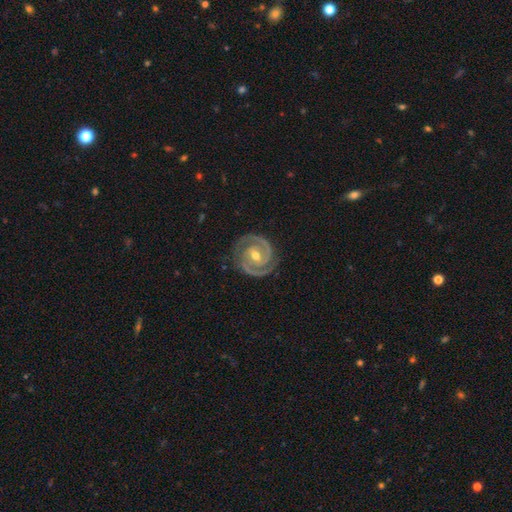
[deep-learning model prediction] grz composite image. It shows a featured or disk galaxy (93%) with a weak bar (44%), 2 (92%) tight (70%) spiral arms (99%) and a moderate central bulge (64%). Merging: none (85%).